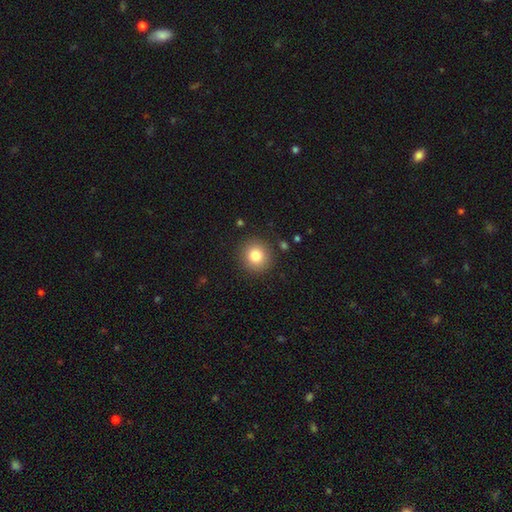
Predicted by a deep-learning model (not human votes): Q: Smooth or featured?
A: smooth (81%); runner-up: star or artifact (11%)
Q: How rounded?
A: round (92%); runner-up: in between (7%)
Q: Merging?
A: none (89%); runner-up: minor disturbance (7%)